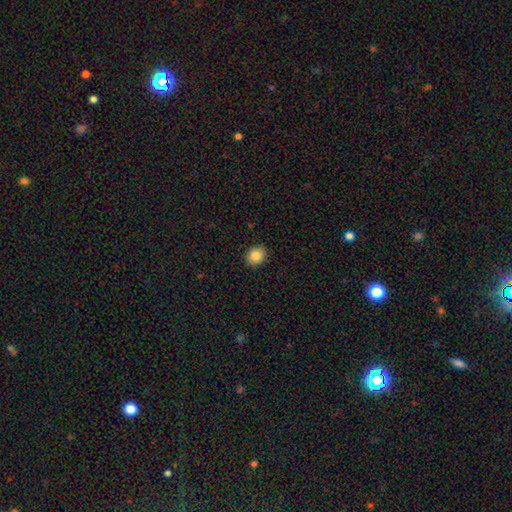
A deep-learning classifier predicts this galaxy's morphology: Smooth or featured: smooth — 85% (star or artifact — 10%)
How rounded: round — 69% (in between — 30%)
Merging: none — 91% (minor disturbance — 6%)